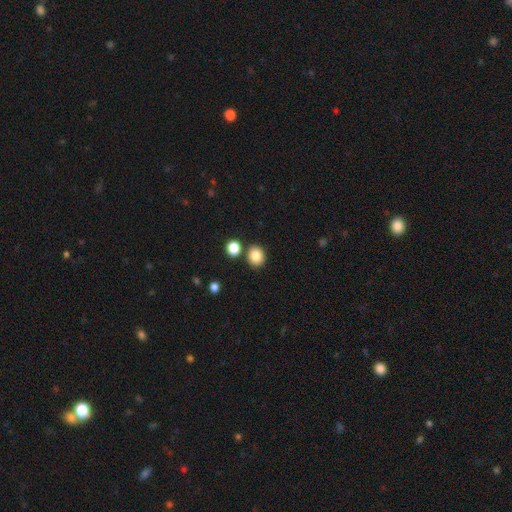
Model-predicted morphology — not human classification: Smooth or featured?
  - smooth: 85% *
  - star or artifact: 10%
  - featured or disk: 5%
How rounded?
  - round: 71% *
  - in between: 28%
  - cigar-shaped: 1%
Merging?
  - none: 80% *
  - merger: 9%
  - minor disturbance: 8%
  - major disturbance: 3%